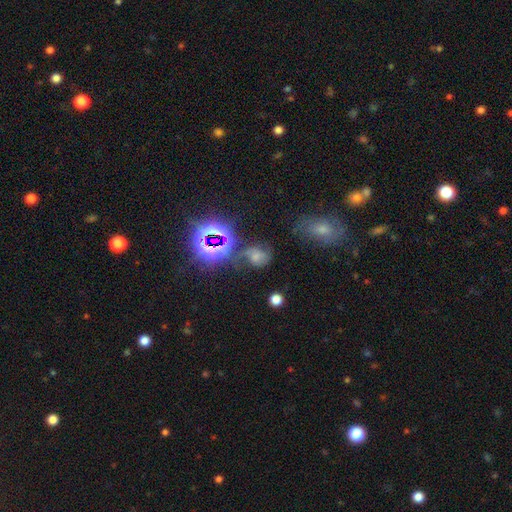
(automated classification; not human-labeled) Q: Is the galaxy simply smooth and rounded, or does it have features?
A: smooth — 42%.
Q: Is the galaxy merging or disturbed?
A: none — 46%.